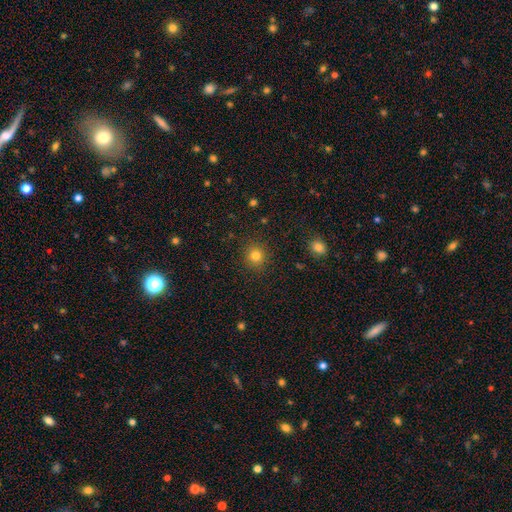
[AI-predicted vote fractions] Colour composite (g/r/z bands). It shows a smooth galaxy with no disk features (81%) that is round (90%). Merging: none (90%).